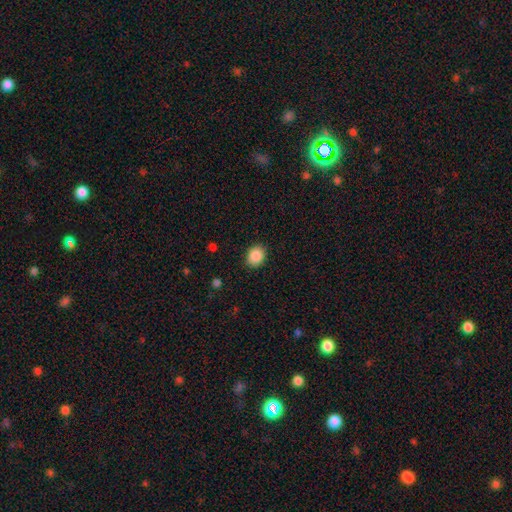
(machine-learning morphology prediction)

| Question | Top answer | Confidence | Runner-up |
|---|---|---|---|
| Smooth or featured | smooth | 88% | star or artifact (8%) |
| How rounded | round | 51% | in between (48%) |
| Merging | none | 88% | minor disturbance (9%) |